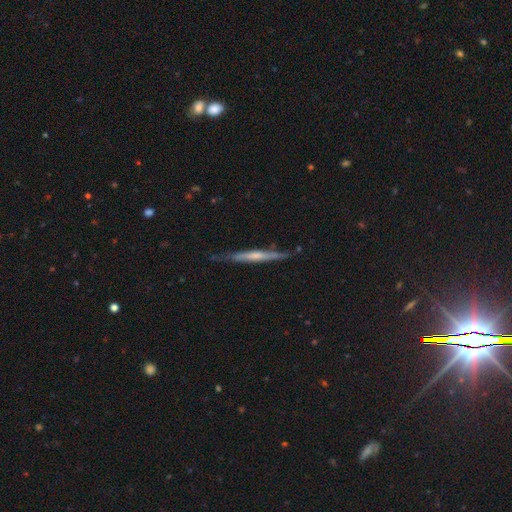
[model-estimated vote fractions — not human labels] A featured or disk galaxy (60%) viewed edge-on (95%) with no central bulge (59%). Merging: none (78%).